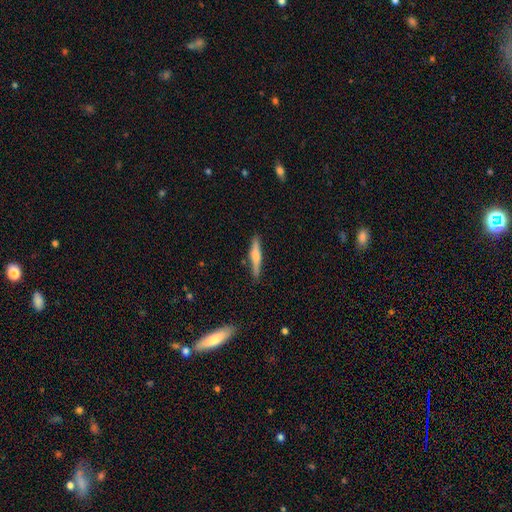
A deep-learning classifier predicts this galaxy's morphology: A smooth galaxy with no disk features (53%) that is cigar-shaped (90%).

Vote fractions:
- Smooth or featured? smooth: 53% / featured or disk: 41% / star or artifact: 6%
- How rounded? cigar-shaped: 90% / in between: 8% / round: 2%
- Merging? none: 86% / minor disturbance: 10% / major disturbance: 2% / merger: 2%